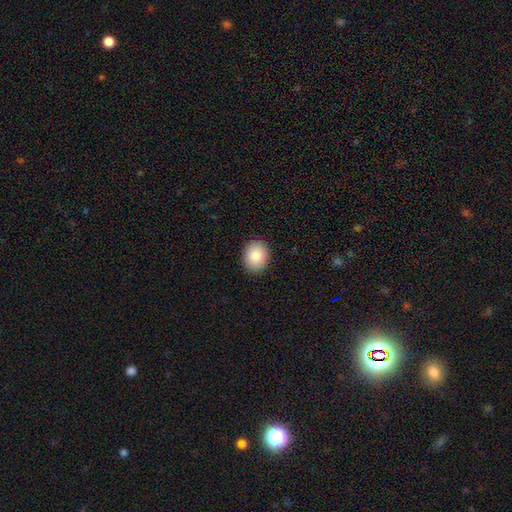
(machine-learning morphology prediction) Overall: smooth (87%). How rounded: round (51%; in between 48%). Merging: none (90%).